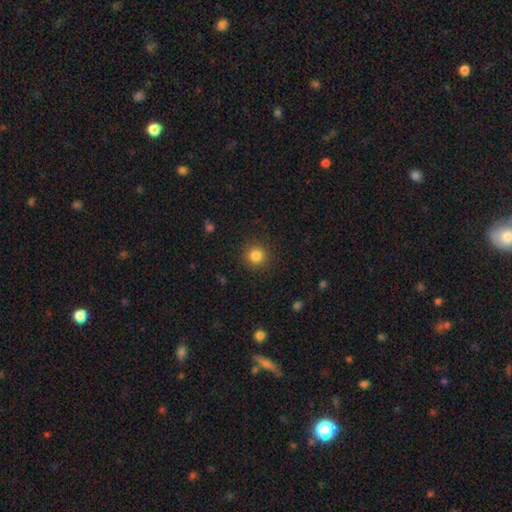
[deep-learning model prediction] The model was most divided on "smooth or featured": smooth: 84%, star or artifact: 12%, featured or disk: 5%. More confident: how rounded — round (94%); merging — none (90%).